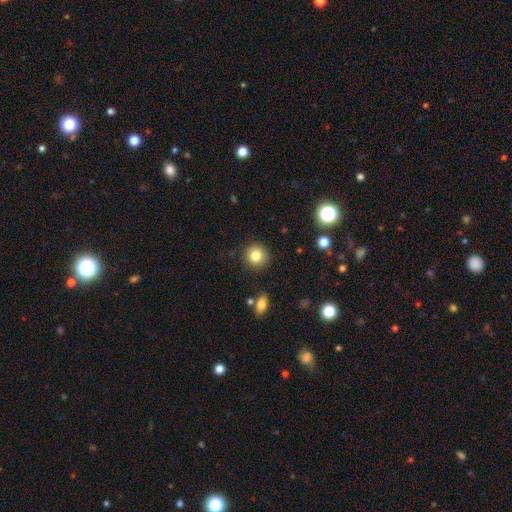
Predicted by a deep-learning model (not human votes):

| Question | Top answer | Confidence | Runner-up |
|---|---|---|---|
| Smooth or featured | smooth | 83% | star or artifact (10%) |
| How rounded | round | 92% | in between (7%) |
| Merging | none | 90% | minor disturbance (7%) |